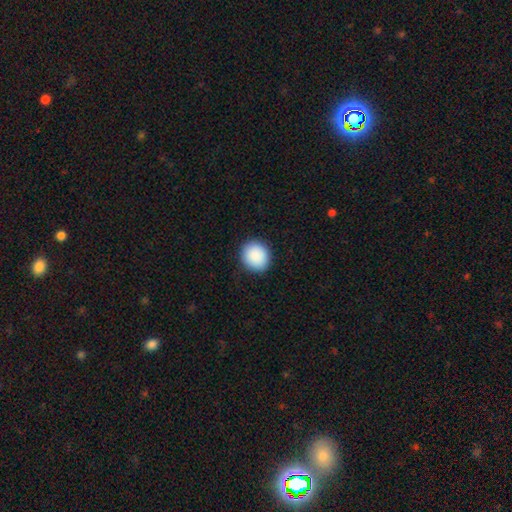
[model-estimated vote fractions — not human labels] Smooth or featured?
  - smooth: 90% *
  - star or artifact: 7%
  - featured or disk: 3%
How rounded?
  - round: 83% *
  - in between: 16%
  - cigar-shaped: 1%
Merging?
  - none: 90% *
  - minor disturbance: 7%
  - major disturbance: 2%
  - merger: 1%